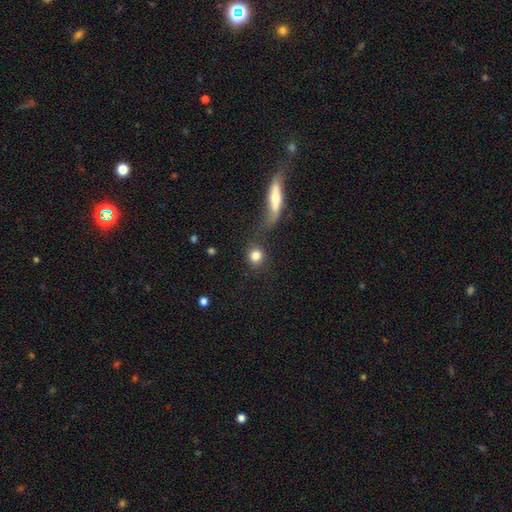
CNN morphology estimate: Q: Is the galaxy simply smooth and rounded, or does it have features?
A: smooth — 83%.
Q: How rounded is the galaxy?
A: round — 86%.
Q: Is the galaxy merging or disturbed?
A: none — 69%.